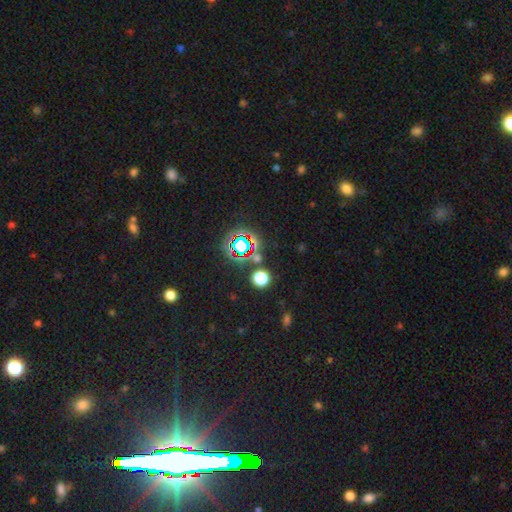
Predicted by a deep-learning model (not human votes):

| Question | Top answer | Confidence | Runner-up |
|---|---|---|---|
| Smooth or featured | star or artifact | 70% | smooth (22%) |